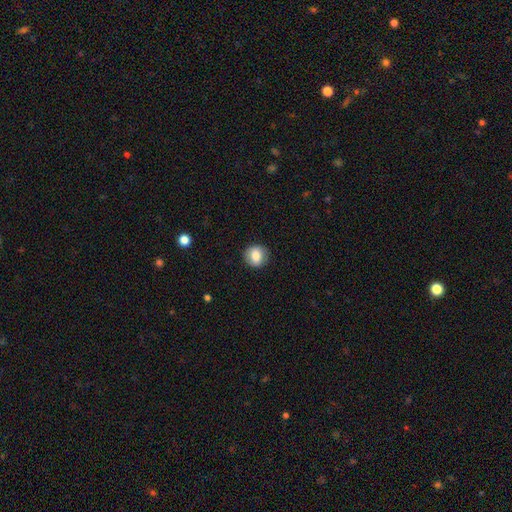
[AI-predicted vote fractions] Smooth or featured? smooth (81%)
How rounded? round (85%)
Merging? none (88%)